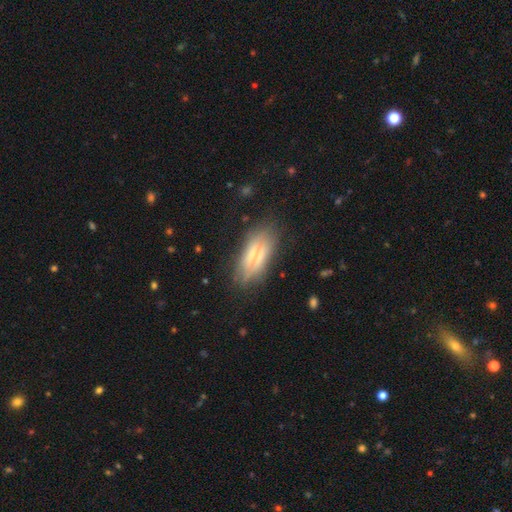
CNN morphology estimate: Smooth or featured: featured or disk — 45% (smooth — 43%)
Merging: none — 73% (minor disturbance — 18%)